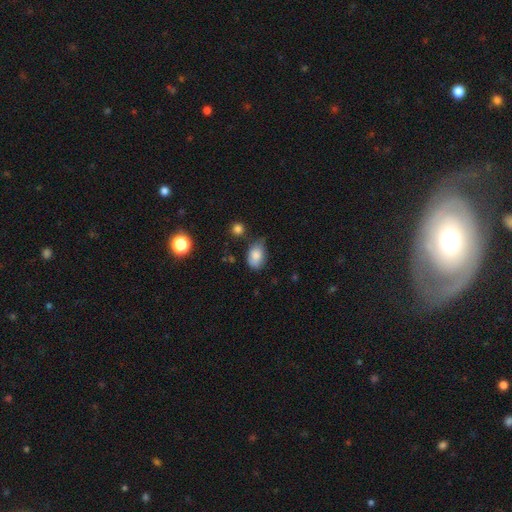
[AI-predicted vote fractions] This is clearly a smooth galaxy (83%). How rounded: clearly in between (85%). Merging: possibly none (49%).